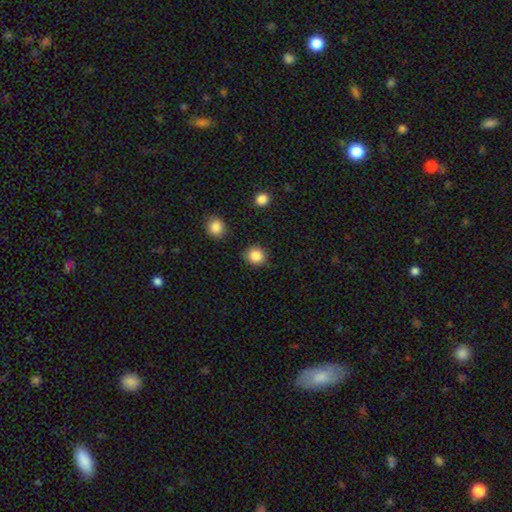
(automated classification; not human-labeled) Smooth or featured?
  - smooth: 87% *
  - star or artifact: 9%
  - featured or disk: 4%
How rounded?
  - round: 85% *
  - in between: 14%
  - cigar-shaped: 1%
Merging?
  - none: 86% *
  - minor disturbance: 9%
  - merger: 3%
  - major disturbance: 2%